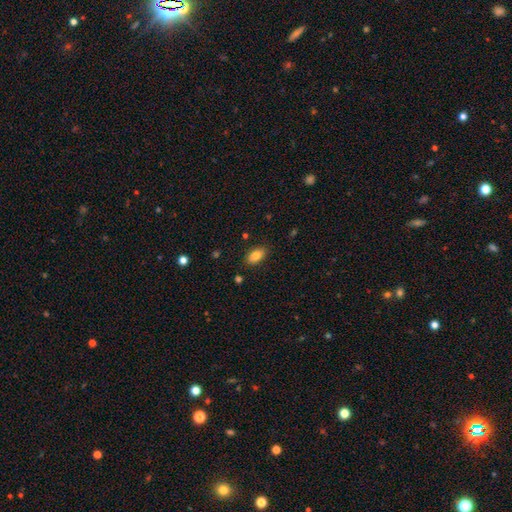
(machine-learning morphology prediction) Smooth or featured?
  - smooth: 84% *
  - star or artifact: 8%
  - featured or disk: 8%
How rounded?
  - in between: 91% *
  - round: 5%
  - cigar-shaped: 4%
Merging?
  - none: 86% *
  - minor disturbance: 10%
  - major disturbance: 3%
  - merger: 1%